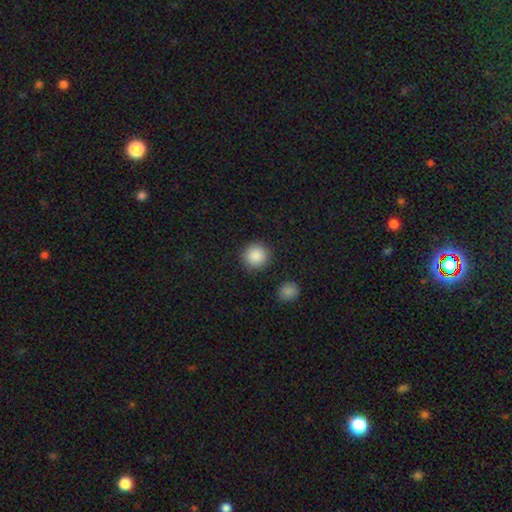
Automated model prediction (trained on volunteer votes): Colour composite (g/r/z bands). It shows a smooth galaxy with no disk features (88%) that is round (94%). Merging: none (90%).